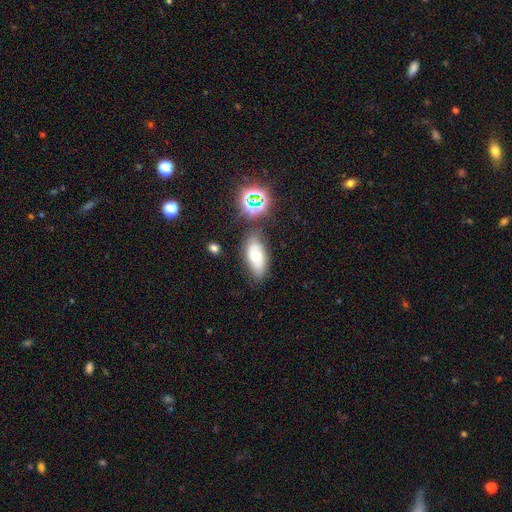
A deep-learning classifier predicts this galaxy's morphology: A smooth galaxy with no disk features (49%).

Vote fractions:
- Smooth or featured? smooth: 49% / featured or disk: 37% / star or artifact: 15%
- Merging? none: 68% / minor disturbance: 20% / merger: 6% / major disturbance: 6%